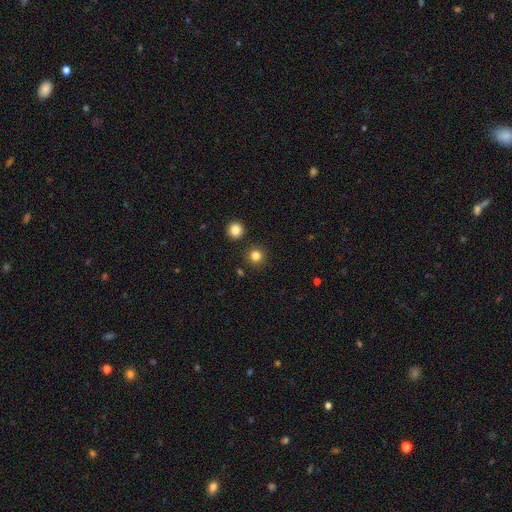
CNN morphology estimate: smooth 82%, star or artifact 14%, featured or disk 4%. Down the decision tree: how rounded — round (93%); merging — none (89%).